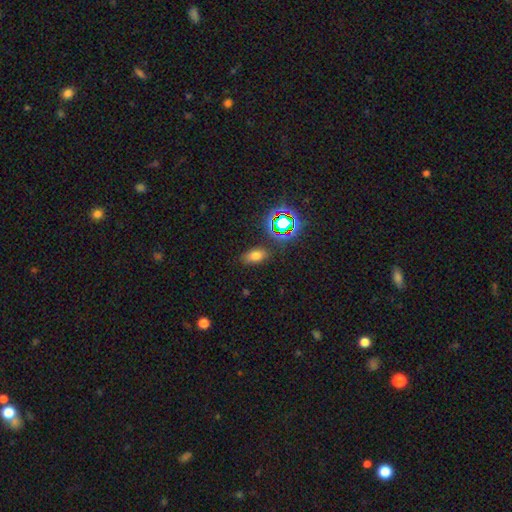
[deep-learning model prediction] smooth 68%, star or artifact 22%, featured or disk 10%. Down the decision tree: how rounded — in between (86%); merging — none (84%).